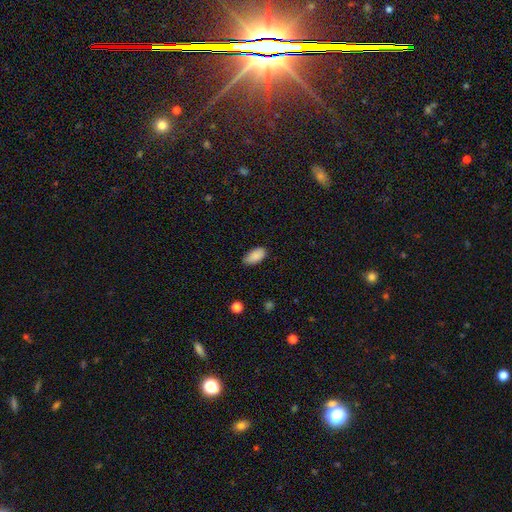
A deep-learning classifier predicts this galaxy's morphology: This appears to be a smooth galaxy with no disk features (89%) that is in between round and cigar-shaped (94%). Merging: none (76%).